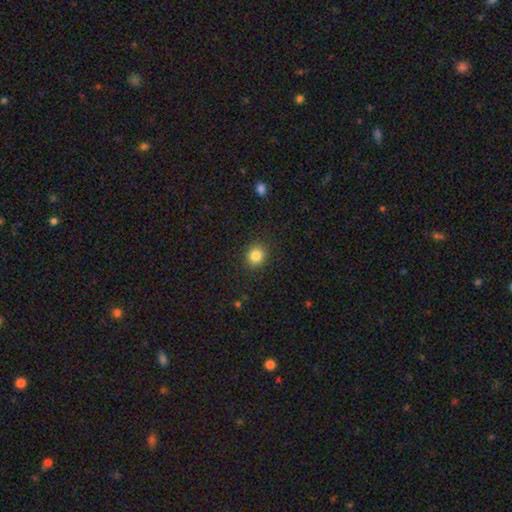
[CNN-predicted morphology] Smooth or featured: smooth — 84% (star or artifact — 11%)
How rounded: round — 83% (in between — 16%)
Merging: none — 90% (minor disturbance — 6%)